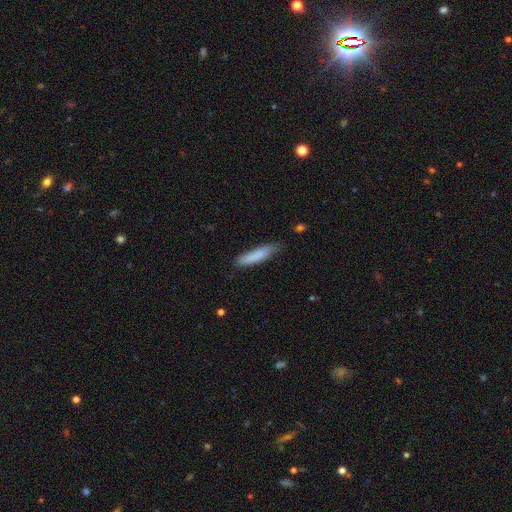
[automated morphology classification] smooth-or-featured: smooth: 83% | featured or disk: 11% | star or artifact: 6%
  how-rounded: cigar-shaped: 82% | in between: 16% | round: 1%
  merging: none: 78% | minor disturbance: 18% | major disturbance: 3% | merger: 2%